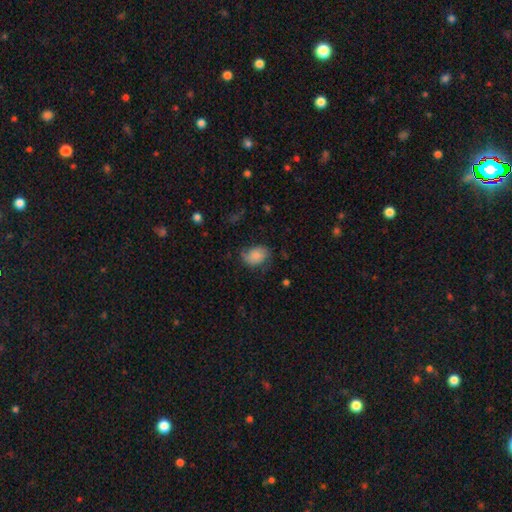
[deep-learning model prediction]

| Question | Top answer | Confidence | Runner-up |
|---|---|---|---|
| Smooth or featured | smooth | 73% | featured or disk (19%) |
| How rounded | in between | 75% | round (24%) |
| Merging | none | 56% | minor disturbance (29%) |